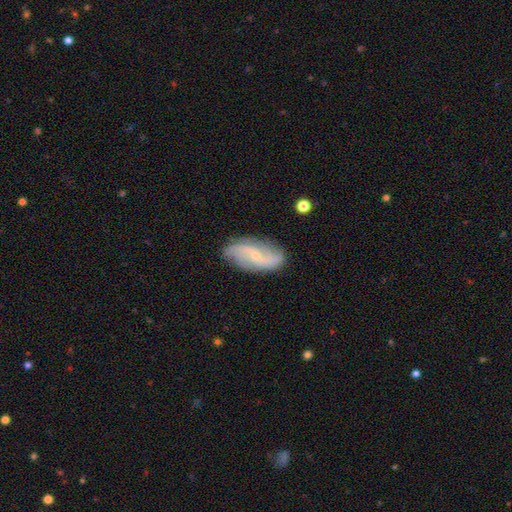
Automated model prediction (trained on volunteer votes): smooth_or_featured: featured or disk (p=0.79) [alt: smooth p=0.14]
disk_edge_on: no (p=0.95) [alt: yes p=0.05]
bar: no (p=0.52) [alt: weak p=0.37]
has_spiral_arms: yes (p=0.95) [alt: no p=0.05]
spiral_winding: loose (p=0.47) [alt: medium p=0.36]
spiral_arm_count: 2 (p=0.60) [alt: 3 p=0.14]
bulge_size: small (p=0.77) [alt: moderate p=0.17]
merging: none (p=0.78) [alt: minor disturbance p=0.16]